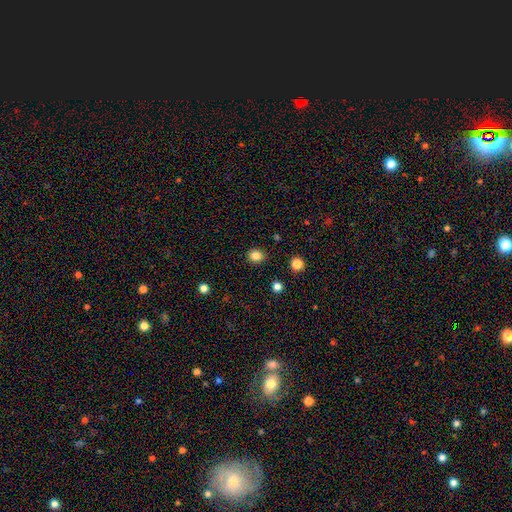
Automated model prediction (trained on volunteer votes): A smooth galaxy with no disk features (83%) that is round (73%).

Vote fractions:
- Smooth or featured? smooth: 83% / star or artifact: 12% / featured or disk: 5%
- How rounded? round: 73% / in between: 26% / cigar-shaped: 1%
- Merging? none: 90% / minor disturbance: 7% / major disturbance: 2% / merger: 1%